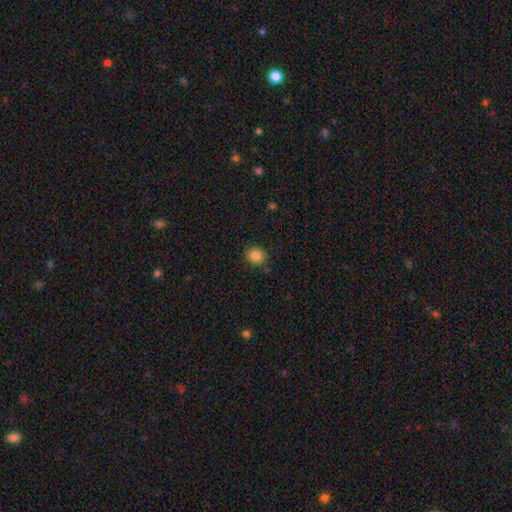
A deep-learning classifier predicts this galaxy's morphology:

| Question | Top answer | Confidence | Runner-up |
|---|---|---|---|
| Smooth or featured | smooth | 85% | star or artifact (11%) |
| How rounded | round | 76% | in between (23%) |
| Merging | none | 86% | minor disturbance (10%) |